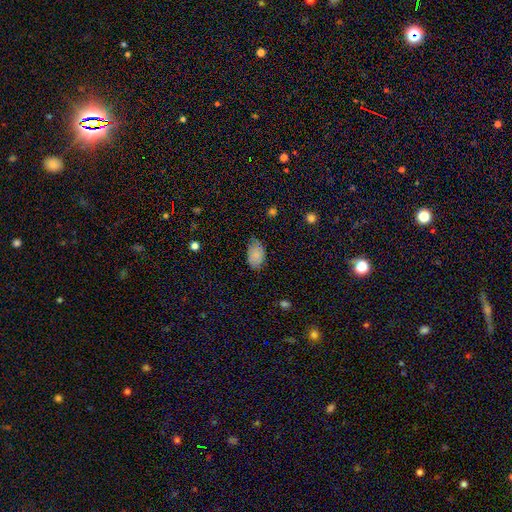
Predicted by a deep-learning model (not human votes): smooth_or_featured: smooth (p=0.78) [alt: featured or disk p=0.13]
how_rounded: in between (p=0.90) [alt: round p=0.09]
merging: none (p=0.64) [alt: minor disturbance p=0.29]